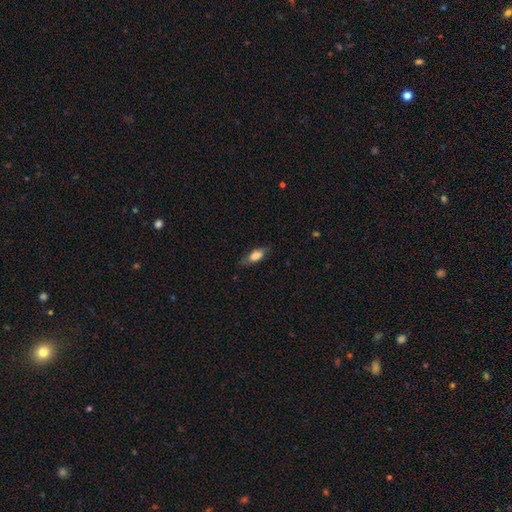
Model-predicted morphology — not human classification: Smooth or featured? Predicted: smooth (p=0.73). How rounded? Predicted: in between (p=0.74). Merging? Predicted: none (p=0.72).